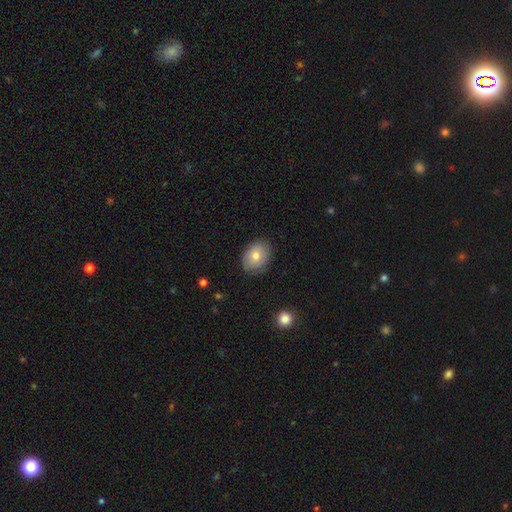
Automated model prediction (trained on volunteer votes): Morphology: type=smooth (75%); roundness=in between (63%); merging=none (83%).